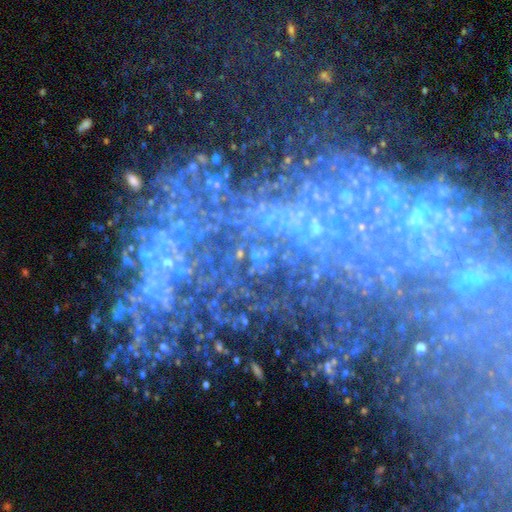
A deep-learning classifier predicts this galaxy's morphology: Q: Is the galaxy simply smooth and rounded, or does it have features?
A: star or artifact — 54%.